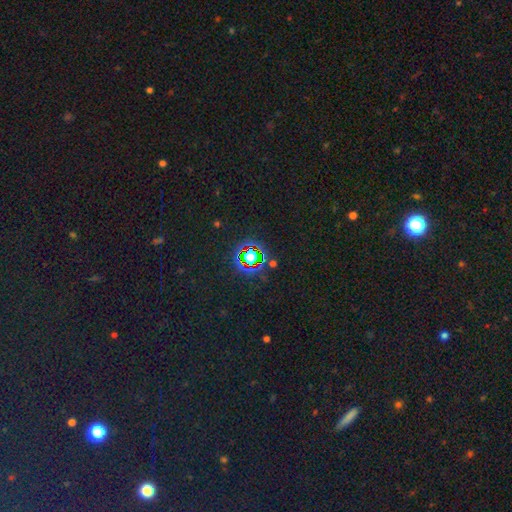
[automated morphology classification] Smooth or featured?
  - star or artifact: 79% *
  - smooth: 13%
  - featured or disk: 8%